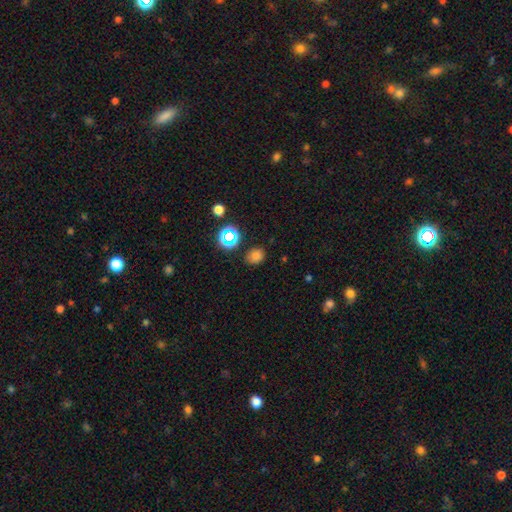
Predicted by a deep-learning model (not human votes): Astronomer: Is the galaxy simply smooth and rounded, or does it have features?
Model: smooth — 70%.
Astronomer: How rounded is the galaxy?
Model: round — 58% (runner-up: in between, 41%).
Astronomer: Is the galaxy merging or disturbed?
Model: none — 82%.